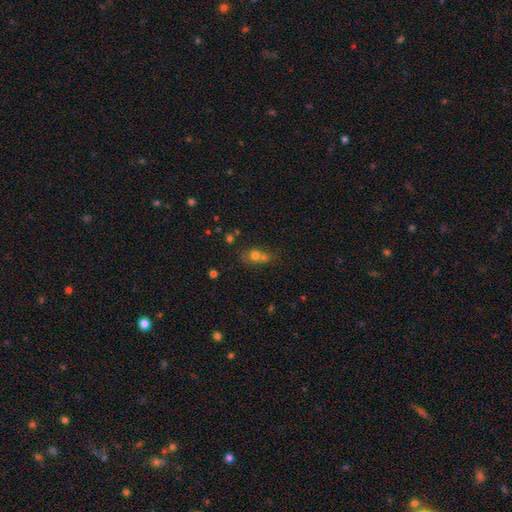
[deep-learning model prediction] A smooth galaxy with no disk features (64%) that is round (66%).

Vote fractions:
- Smooth or featured? smooth: 64% / star or artifact: 19% / featured or disk: 17%
- How rounded? round: 66% / in between: 31% / cigar-shaped: 3%
- Merging? merger: 52% / none: 34% / minor disturbance: 9% / major disturbance: 5%